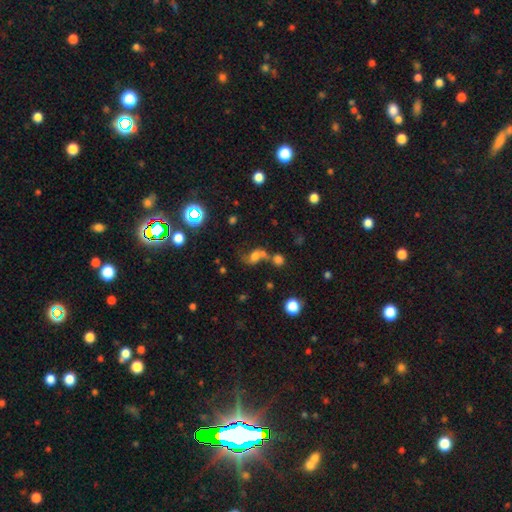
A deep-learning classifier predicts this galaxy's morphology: This is possibly a smooth galaxy (50%). How rounded: possibly in between (51%). Merging: possibly merger (50%).